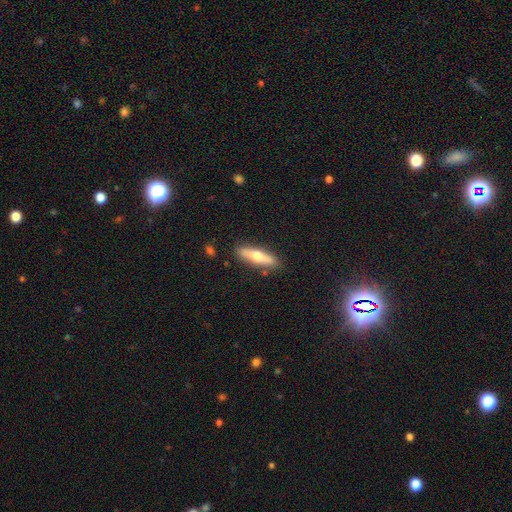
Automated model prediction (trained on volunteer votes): smooth_or_featured: smooth (p=0.53) [alt: featured or disk p=0.41]
how_rounded: cigar-shaped (p=0.72) [alt: in between p=0.26]
merging: none (p=0.86) [alt: minor disturbance p=0.10]